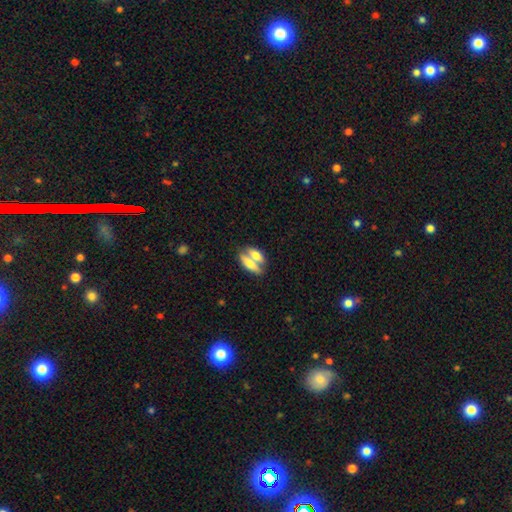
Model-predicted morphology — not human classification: Smooth or featured? Predicted: smooth (p=0.67). How rounded? Predicted: in between (p=0.73). Merging? Predicted: merger (p=0.60).